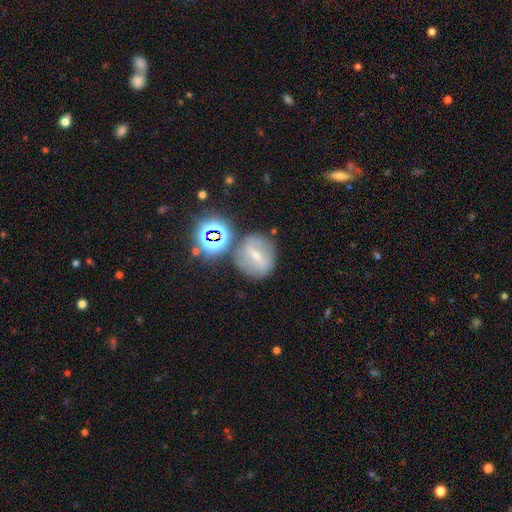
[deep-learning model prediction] smooth-or-featured: featured or disk: 45% | smooth: 33% | star or artifact: 22%
  merging: none: 67% | merger: 14% | minor disturbance: 14% | major disturbance: 6%